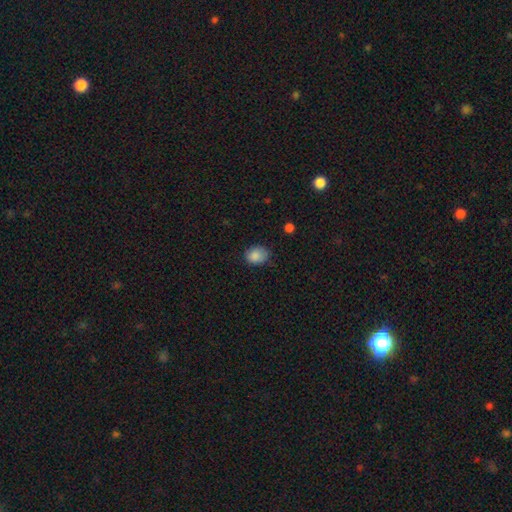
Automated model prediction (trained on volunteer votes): smooth-or-featured: smooth: 87% | star or artifact: 9% | featured or disk: 5%
  how-rounded: in between: 50% | round: 49% | cigar-shaped: 1%
  merging: none: 70% | minor disturbance: 24% | major disturbance: 4% | merger: 1%